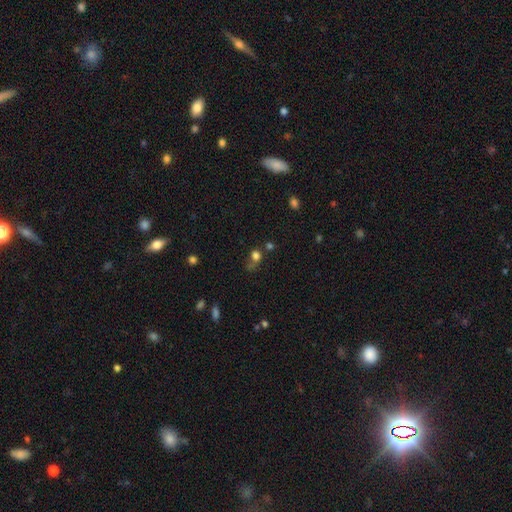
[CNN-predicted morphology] Q: Smooth or featured?
A: smooth (73%); runner-up: star or artifact (18%)
Q: How rounded?
A: round (72%); runner-up: in between (26%)
Q: Merging?
A: none (39%); runner-up: major disturbance (26%)